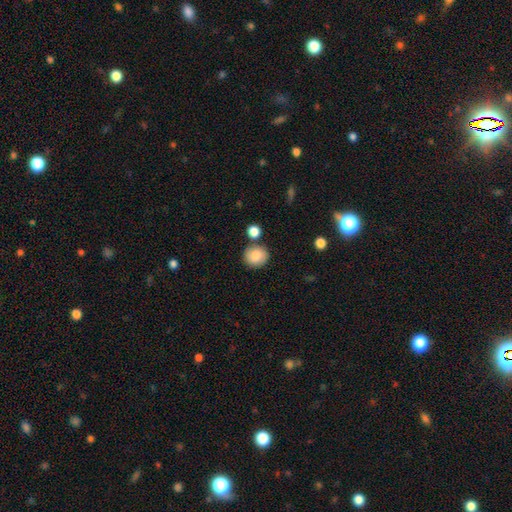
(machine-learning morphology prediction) This is clearly a smooth galaxy (87%). How rounded: clearly round (82%). Merging: likely none (77%).